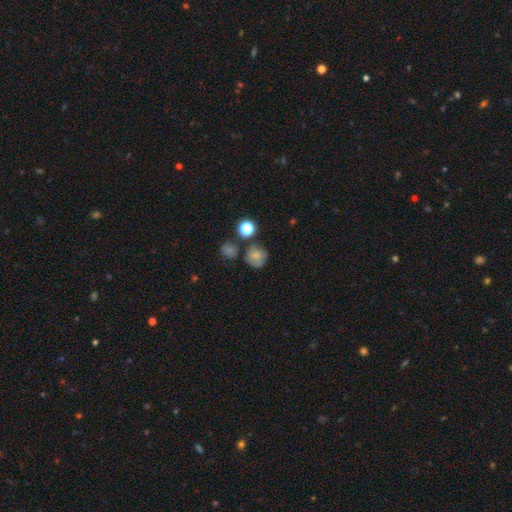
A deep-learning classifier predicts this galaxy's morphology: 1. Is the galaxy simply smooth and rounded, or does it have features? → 72% smooth, 14% featured or disk, 14% star or artifact.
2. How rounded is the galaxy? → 85% round, 14% in between, 1% cigar-shaped.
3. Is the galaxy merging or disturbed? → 62% none, 17% minor disturbance, 14% merger, 6% major disturbance.